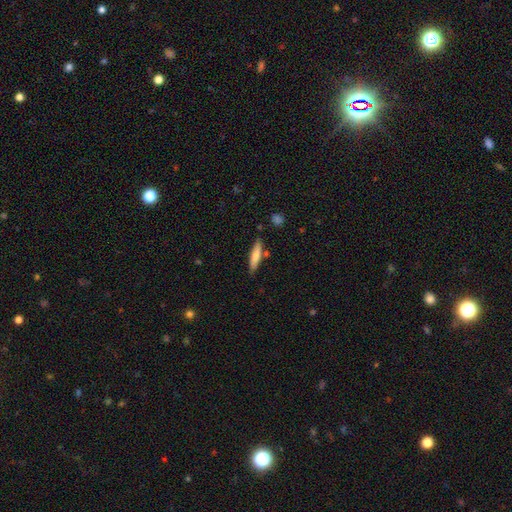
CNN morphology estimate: A smooth galaxy with no disk features (70%) that is cigar-shaped (82%).

Vote fractions:
- Smooth or featured? smooth: 70% / featured or disk: 24% / star or artifact: 6%
- How rounded? cigar-shaped: 82% / in between: 16% / round: 2%
- Merging? none: 81% / minor disturbance: 12% / merger: 5% / major disturbance: 2%